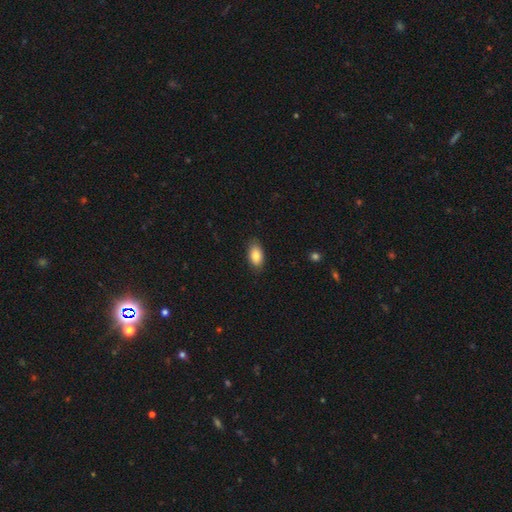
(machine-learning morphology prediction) A smooth galaxy with no disk features (84%) that is in between round and cigar-shaped (93%).

Vote fractions:
- Smooth or featured? smooth: 84% / featured or disk: 9% / star or artifact: 7%
- How rounded? in between: 93% / round: 5% / cigar-shaped: 3%
- Merging? none: 83% / minor disturbance: 14% / major disturbance: 3% / merger: 1%